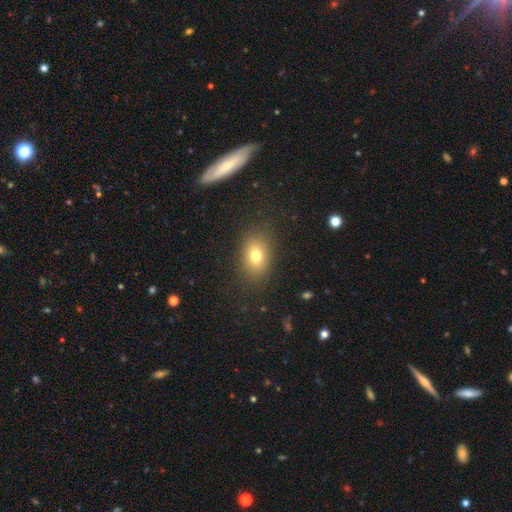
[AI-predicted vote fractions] smooth_or_featured: smooth (p=0.74) [alt: star or artifact p=0.13]
how_rounded: in between (p=0.73) [alt: round p=0.26]
merging: none (p=0.84) [alt: minor disturbance p=0.10]